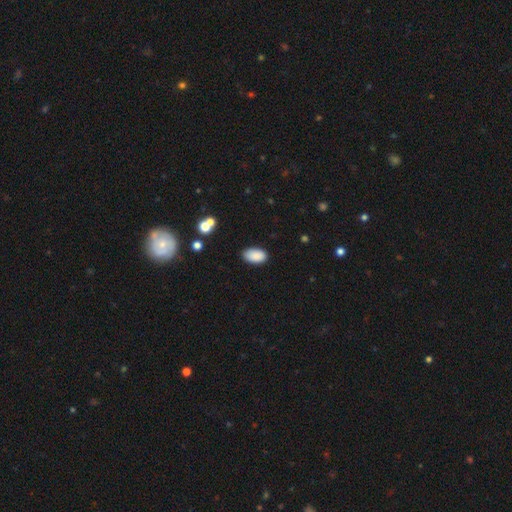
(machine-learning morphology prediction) The model was most divided on "merging": none: 85%, minor disturbance: 11%, major disturbance: 2%, merger: 1%. More confident: how rounded — in between (95%); smooth or featured — smooth (89%).